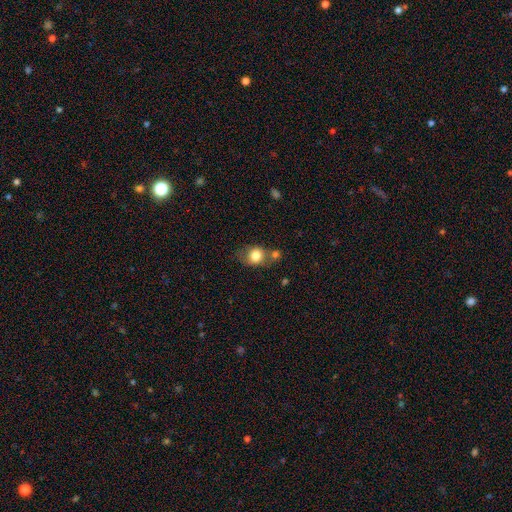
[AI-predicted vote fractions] Smooth or featured?
  - smooth: 78% *
  - featured or disk: 13%
  - star or artifact: 9%
How rounded?
  - round: 57% *
  - in between: 42%
  - cigar-shaped: 1%
Merging?
  - none: 48% *
  - merger: 25%
  - minor disturbance: 19%
  - major disturbance: 8%